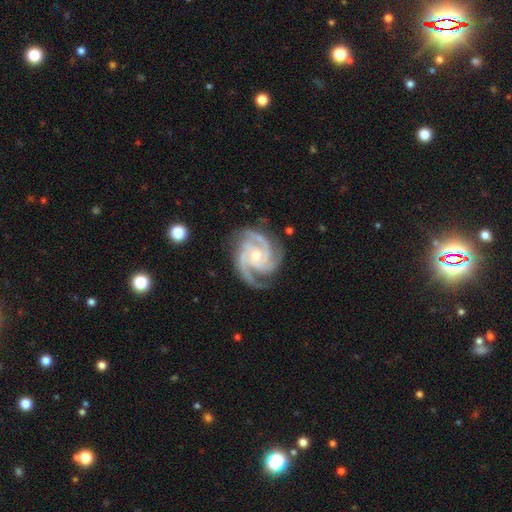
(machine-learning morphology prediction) The model was most divided on "bulge size": small: 51%, moderate: 46%, large: 1%, none: 1%, dominant: 1%. More confident: spiral arms — yes (99%); edge-on disk — no (98%); smooth or featured — featured or disk (94%); merging — none (79%); bar — no (69%); spiral arm count — 3 (68%); spiral winding — tight (60%).